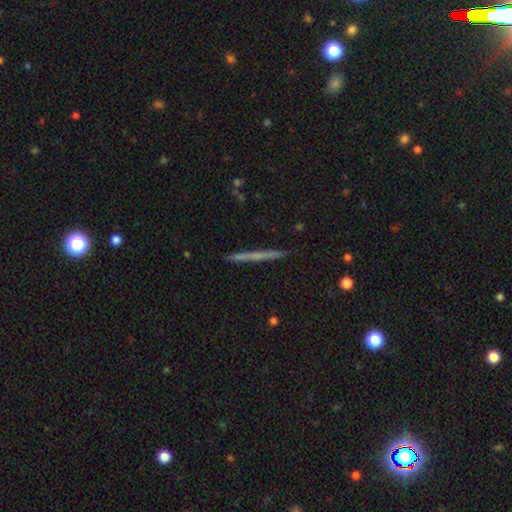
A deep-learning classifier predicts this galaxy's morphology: This appears to be a featured or disk galaxy (51%) viewed edge-on (97%). Merging: none (92%).